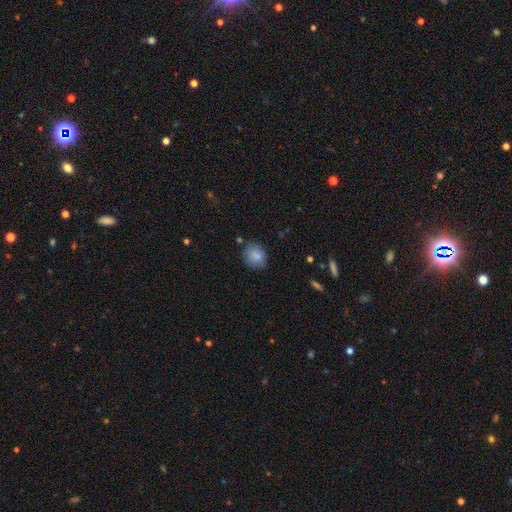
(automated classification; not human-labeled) Smooth or featured: smooth — 83% (featured or disk — 9%)
How rounded: round — 59% (in between — 40%)
Merging: none — 77% (minor disturbance — 16%)